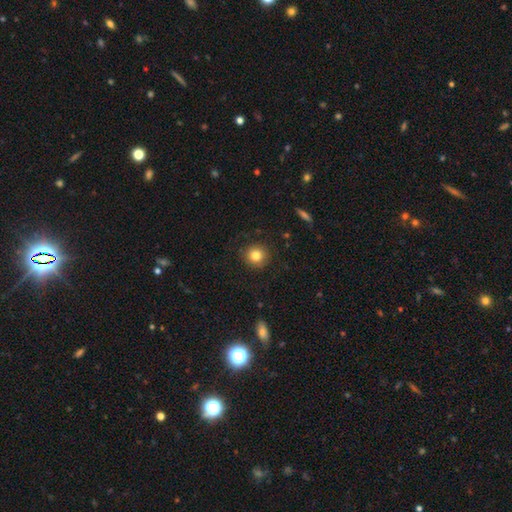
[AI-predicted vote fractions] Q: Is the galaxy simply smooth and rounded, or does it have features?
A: smooth — 82%.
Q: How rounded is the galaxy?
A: round — 93%.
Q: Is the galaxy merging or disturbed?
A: none — 89%.